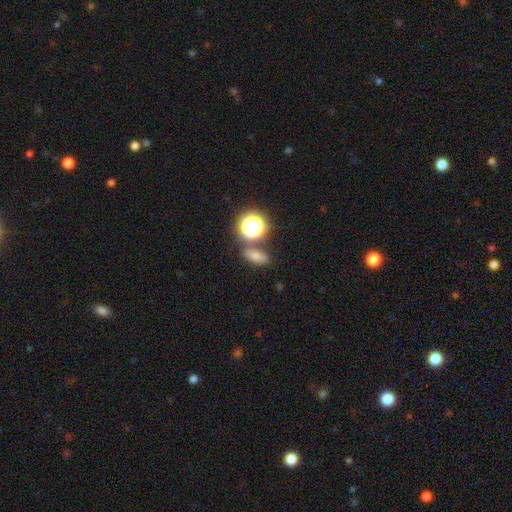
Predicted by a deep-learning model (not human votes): The model was most divided on "how rounded": in between: 63%, round: 28%, cigar-shaped: 9%. More confident: merging — none (73%); smooth or featured — smooth (64%).